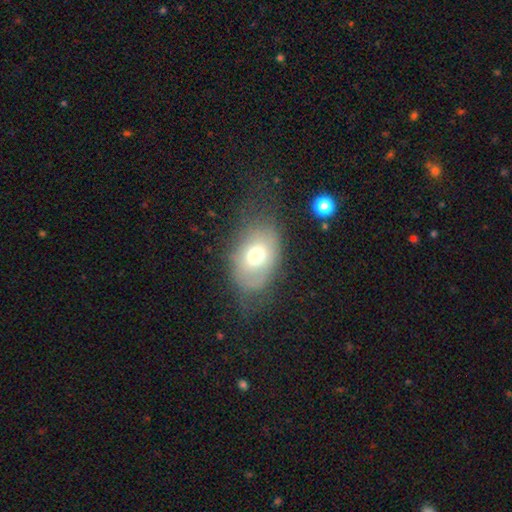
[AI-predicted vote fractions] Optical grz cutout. It shows a smooth galaxy with no disk features (64%) that is in between round and cigar-shaped (77%). Merging: none (51%).